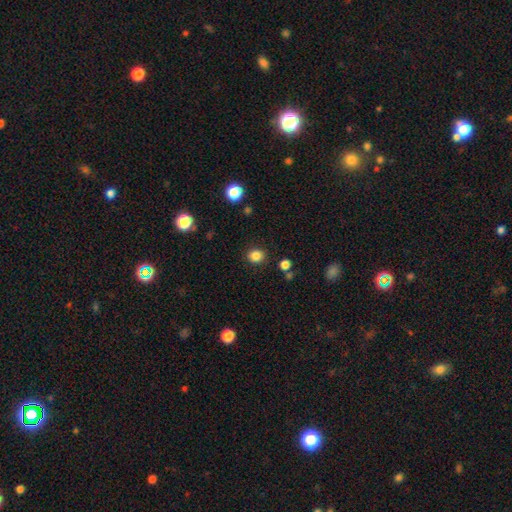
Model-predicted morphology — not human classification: smooth-or-featured: smooth: 84% | star or artifact: 12% | featured or disk: 4%
  how-rounded: round: 80% | in between: 19% | cigar-shaped: 1%
  merging: none: 88% | minor disturbance: 7% | major disturbance: 2% | merger: 2%